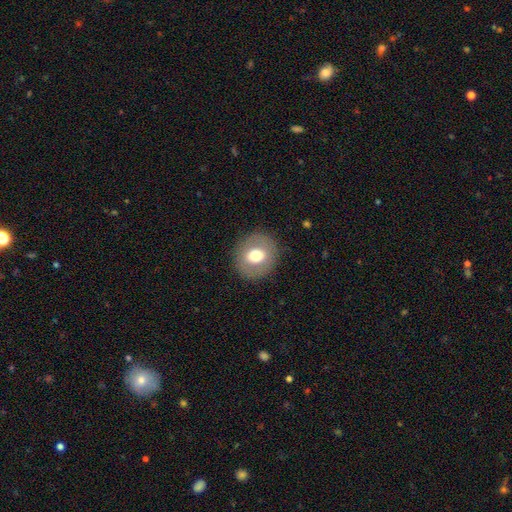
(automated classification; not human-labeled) A smooth galaxy with no disk features (65%) that is round (82%).

Vote fractions:
- Smooth or featured? smooth: 65% / featured or disk: 26% / star or artifact: 9%
- How rounded? round: 82% / in between: 17% / cigar-shaped: 1%
- Merging? none: 88% / minor disturbance: 7% / major disturbance: 3% / merger: 1%